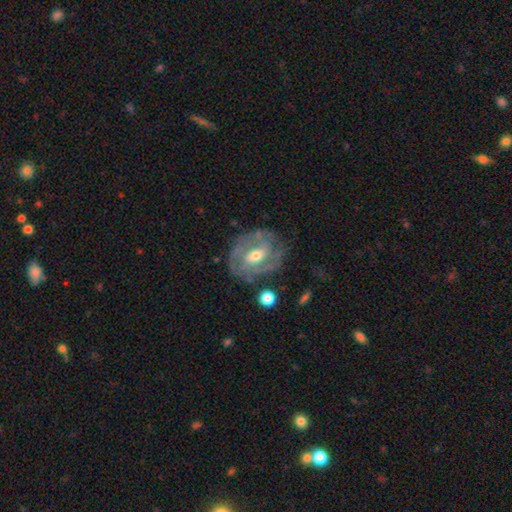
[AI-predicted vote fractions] A featured or disk galaxy (75%) with a weak bar (46%), tight (52%) spiral arms (76%) and a moderate central bulge (62%). Merging: none (66%).